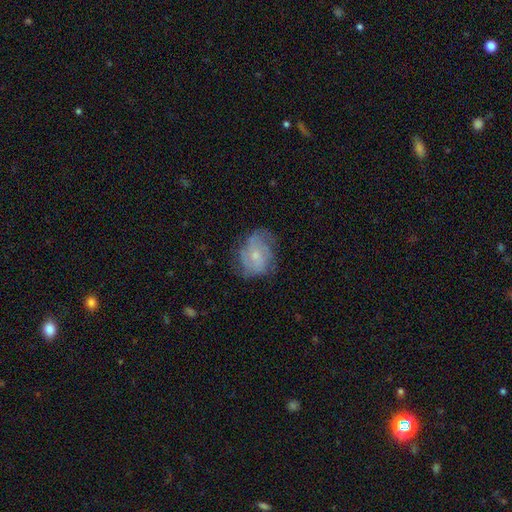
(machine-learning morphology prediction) Smooth or featured? Predicted: featured or disk (p=0.57). Edge-on disk? Predicted: no (p=0.97). Bar? Predicted: no (p=0.72). Spiral arms? Predicted: yes (p=0.76). Bulge size? Predicted: small (p=0.61). Merging? Predicted: none (p=0.60).